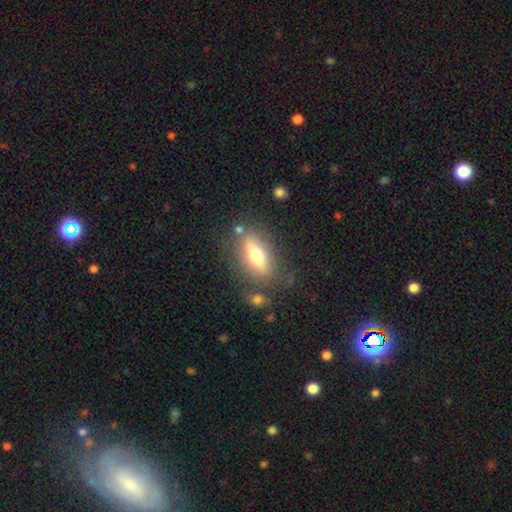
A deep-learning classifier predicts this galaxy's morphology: Smooth or featured?
  - smooth: 62% *
  - featured or disk: 31%
  - star or artifact: 8%
How rounded?
  - in between: 69% *
  - cigar-shaped: 26%
  - round: 4%
Merging?
  - none: 74% *
  - minor disturbance: 14%
  - major disturbance: 6%
  - merger: 6%